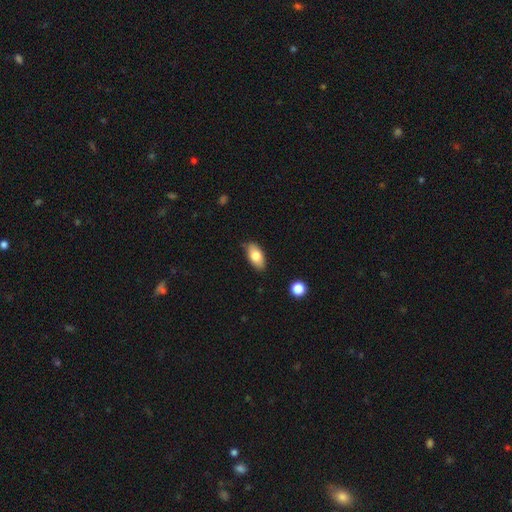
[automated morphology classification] A smooth galaxy with no disk features (79%) that is in between round and cigar-shaped (91%).

Vote fractions:
- Smooth or featured? smooth: 79% / featured or disk: 14% / star or artifact: 7%
- How rounded? in between: 91% / cigar-shaped: 5% / round: 4%
- Merging? none: 81% / minor disturbance: 15% / major disturbance: 2% / merger: 2%